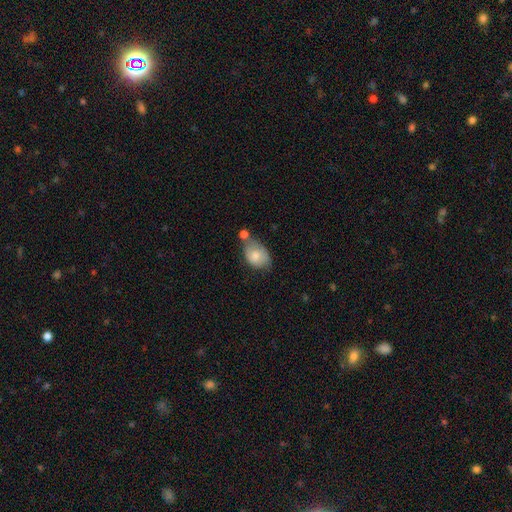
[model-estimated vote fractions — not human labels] Smooth or featured? Predicted: smooth (p=0.68). How rounded? Predicted: in between (p=0.80). Merging? Predicted: none (p=0.33).